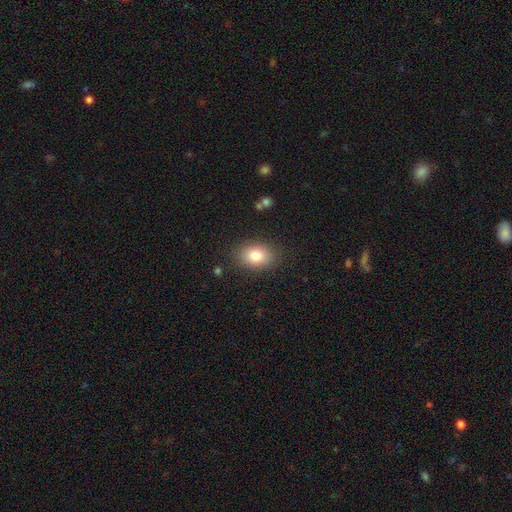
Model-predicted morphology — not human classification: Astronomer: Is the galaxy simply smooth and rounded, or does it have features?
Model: smooth — 81%.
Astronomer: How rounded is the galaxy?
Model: in between — 72%.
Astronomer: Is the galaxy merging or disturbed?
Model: none — 86%.